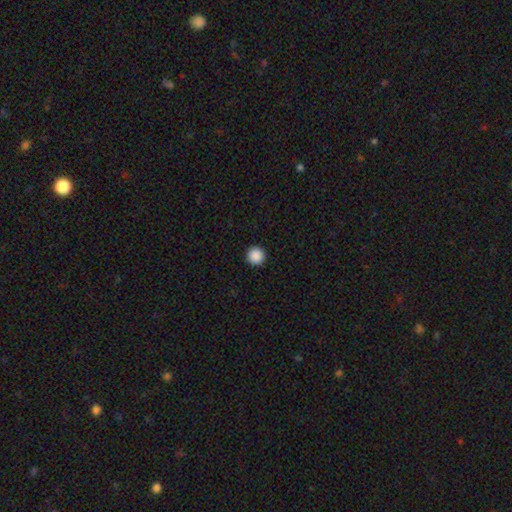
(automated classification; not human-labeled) Morphology: type=smooth (89%); roundness=round (97%); merging=none (94%).